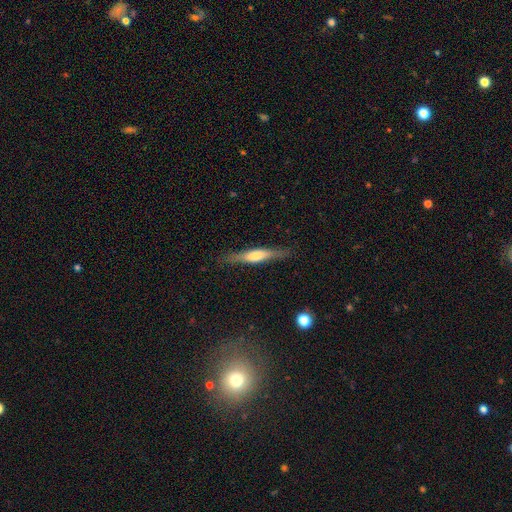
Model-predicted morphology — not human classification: Smooth or featured?
  - featured or disk: 49% *
  - smooth: 45%
  - star or artifact: 6%
Merging?
  - none: 84% *
  - minor disturbance: 12%
  - major disturbance: 3%
  - merger: 1%